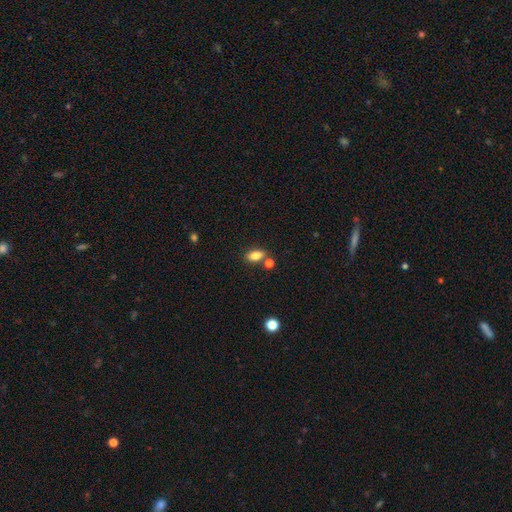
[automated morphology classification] Q: Smooth or featured?
A: smooth (84%); runner-up: star or artifact (9%)
Q: How rounded?
A: in between (87%); runner-up: round (9%)
Q: Merging?
A: none (67%); runner-up: merger (18%)